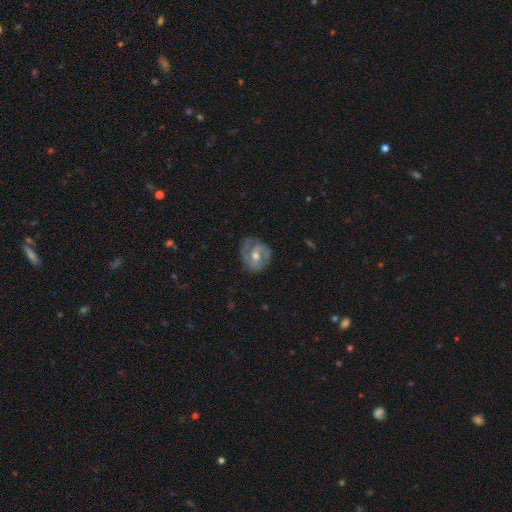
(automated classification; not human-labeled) A featured or disk galaxy (71%) with no bar (48%), 2 (47%) tight (43%) spiral arms (83%) and a moderate central bulge (70%). Merging: none (69%).